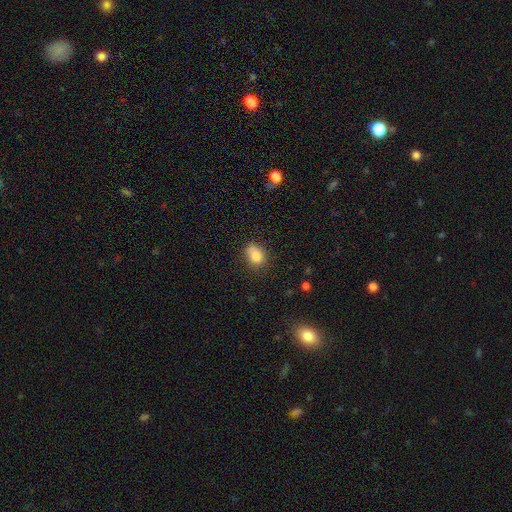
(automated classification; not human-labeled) smooth 83%, star or artifact 10%, featured or disk 7%. Down the decision tree: how rounded — in between (74%); merging — none (67%).